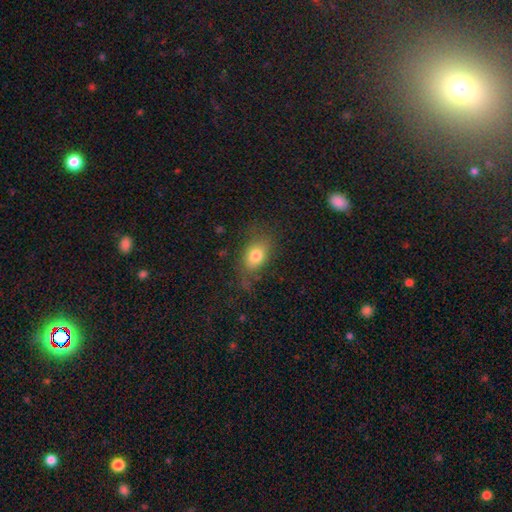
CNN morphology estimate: This appears to be a smooth galaxy with no disk features (76%) that is in between round and cigar-shaped (78%). Merging: none (64%).